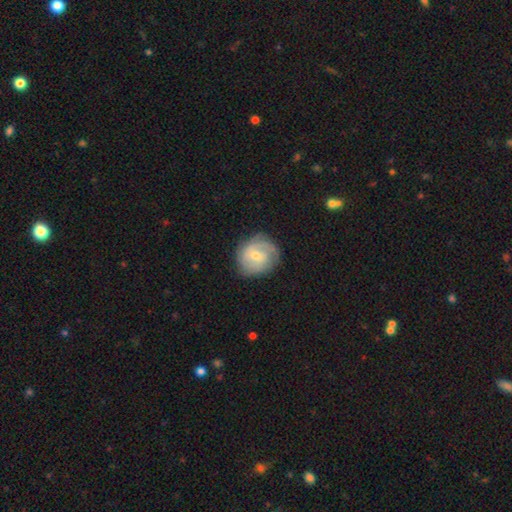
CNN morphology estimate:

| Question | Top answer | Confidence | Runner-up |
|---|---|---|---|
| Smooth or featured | featured or disk | 67% | smooth (27%) |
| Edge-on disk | no | 98% | yes (2%) |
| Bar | no | 60% | weak (34%) |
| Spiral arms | yes | 88% | no (12%) |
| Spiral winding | tight | 61% | medium (30%) |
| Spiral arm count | can't tell | 35% | 2 (27%) |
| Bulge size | small | 53% | moderate (43%) |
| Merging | none | 75% | minor disturbance (17%) |